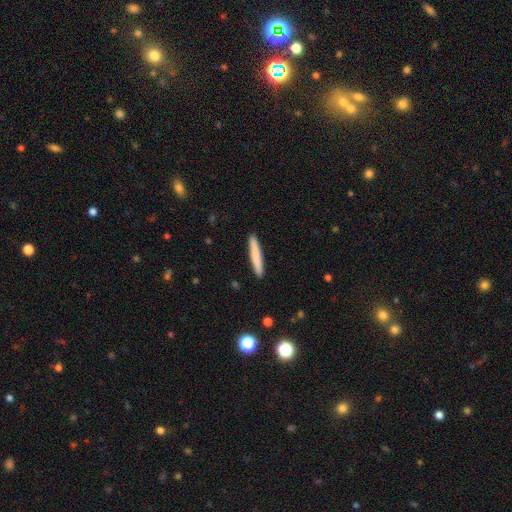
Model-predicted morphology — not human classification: Smooth or featured: smooth — 78% (featured or disk — 17%)
How rounded: cigar-shaped — 95% (in between — 3%)
Merging: none — 92% (minor disturbance — 6%)